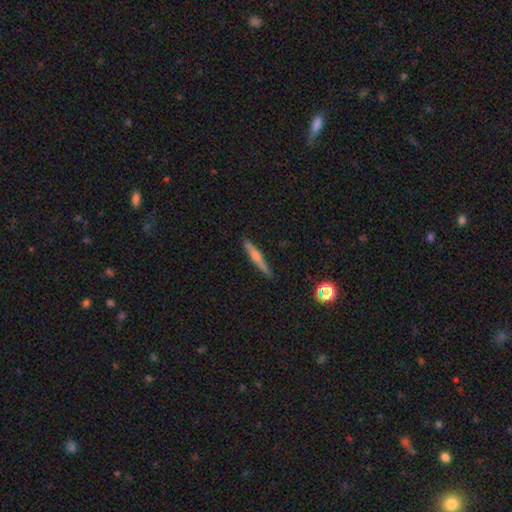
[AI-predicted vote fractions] Smooth or featured? featured or disk (54%)
Edge-on disk? yes (97%)
Edge-on bulge? rounded (74%)
Merging? none (88%)